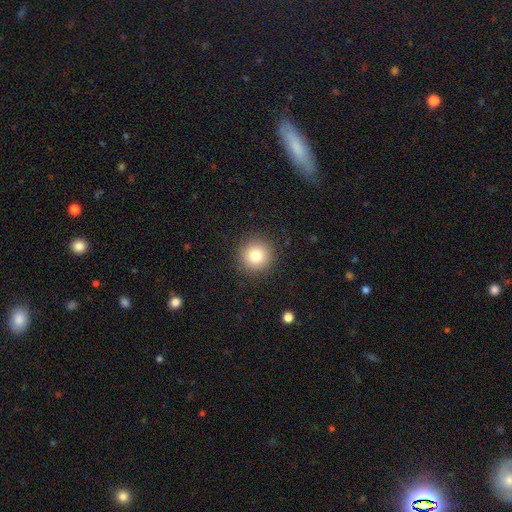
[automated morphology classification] This appears to be a smooth galaxy with no disk features (80%) that is round (95%). Merging: none (91%).